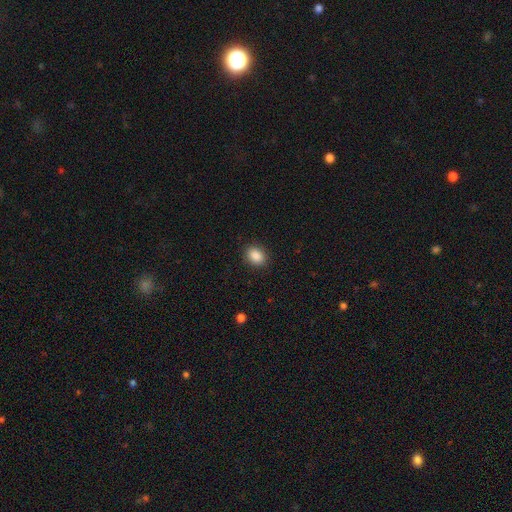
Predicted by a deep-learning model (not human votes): Morphology: type=smooth (88%); roundness=in between (61%); merging=none (89%).